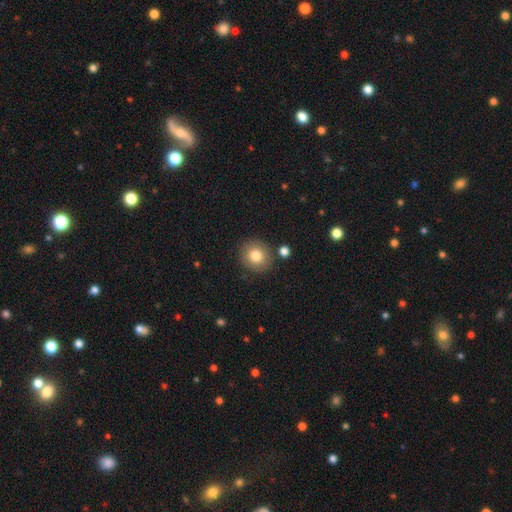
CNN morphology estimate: Overall: smooth (80%). How rounded: round (89%). Merging: none (85%).